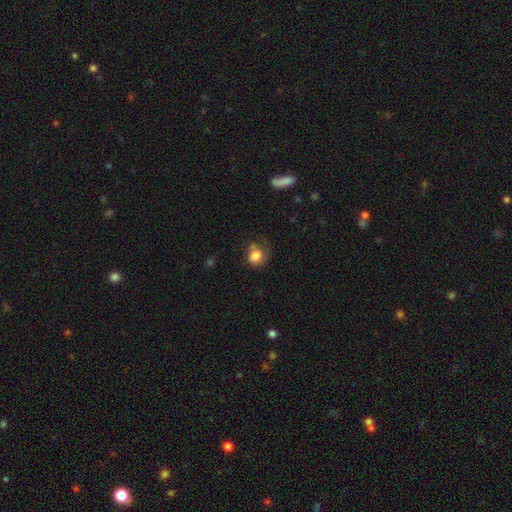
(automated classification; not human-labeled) This appears to be a smooth galaxy with no disk features (80%) that is round (64%). Merging: none (45%).